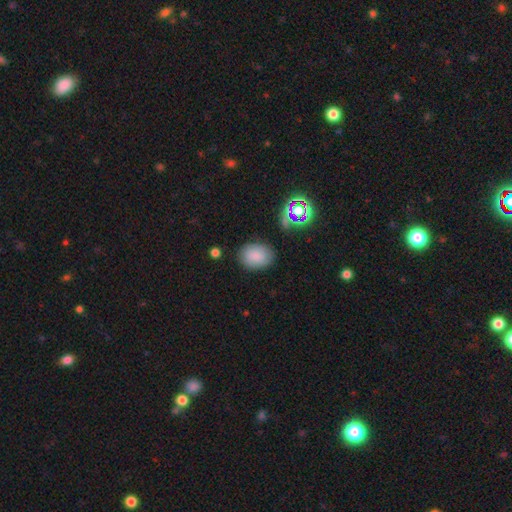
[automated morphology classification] smooth-or-featured: smooth: 82% | star or artifact: 11% | featured or disk: 7%
  how-rounded: in between: 72% | round: 26% | cigar-shaped: 1%
  merging: none: 82% | minor disturbance: 12% | major disturbance: 3% | merger: 2%